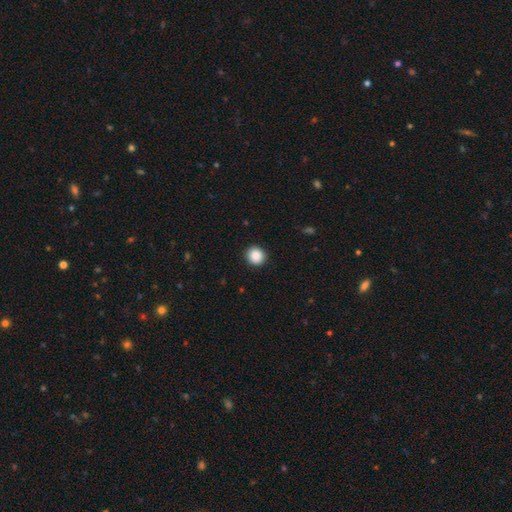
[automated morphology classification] smooth-or-featured: smooth: 89% | star or artifact: 9% | featured or disk: 2%
  how-rounded: round: 91% | in between: 8% | cigar-shaped: 1%
  merging: none: 92% | minor disturbance: 5% | major disturbance: 2% | merger: 1%